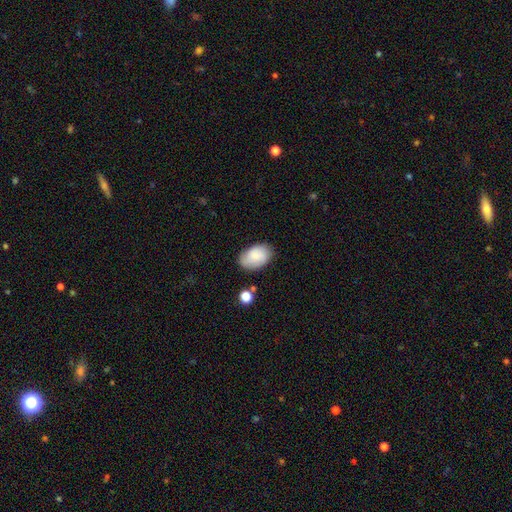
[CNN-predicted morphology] Overall: smooth (78%). How rounded: in between (89%). Merging: none (74%).